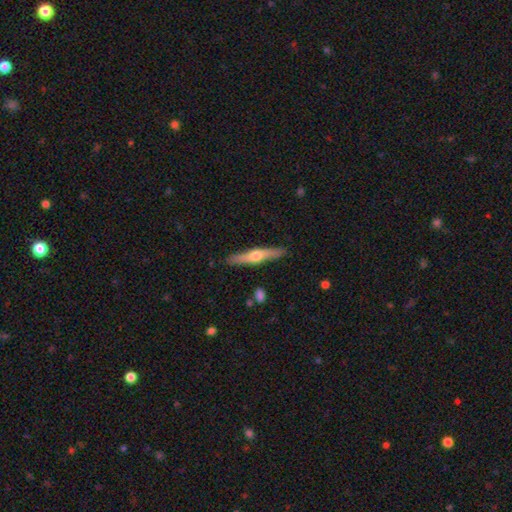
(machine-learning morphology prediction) Smooth or featured?
  - featured or disk: 64% *
  - smooth: 30%
  - star or artifact: 6%
Edge-on disk?
  - yes: 96% *
  - no: 4%
Edge-on bulge?
  - rounded: 92% *
  - none: 4%
  - boxy: 3%
Merging?
  - none: 90% *
  - minor disturbance: 7%
  - major disturbance: 1%
  - merger: 1%